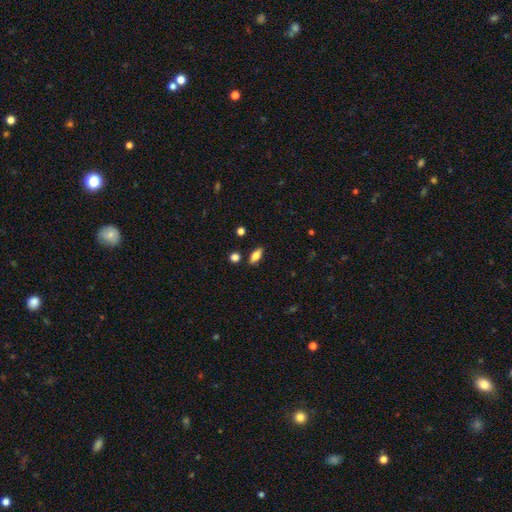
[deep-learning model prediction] A smooth galaxy with no disk features (74%) that is in between round and cigar-shaped (82%).

Vote fractions:
- Smooth or featured? smooth: 74% / featured or disk: 18% / star or artifact: 8%
- How rounded? in between: 82% / cigar-shaped: 13% / round: 4%
- Merging? none: 85% / minor disturbance: 10% / merger: 3% / major disturbance: 2%